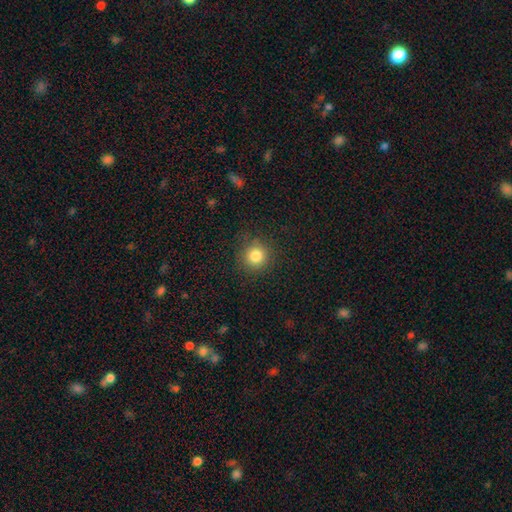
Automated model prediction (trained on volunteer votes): Smooth or featured?
  - smooth: 83% *
  - star or artifact: 12%
  - featured or disk: 6%
How rounded?
  - round: 93% *
  - in between: 6%
  - cigar-shaped: 1%
Merging?
  - none: 88% *
  - minor disturbance: 8%
  - major disturbance: 3%
  - merger: 1%